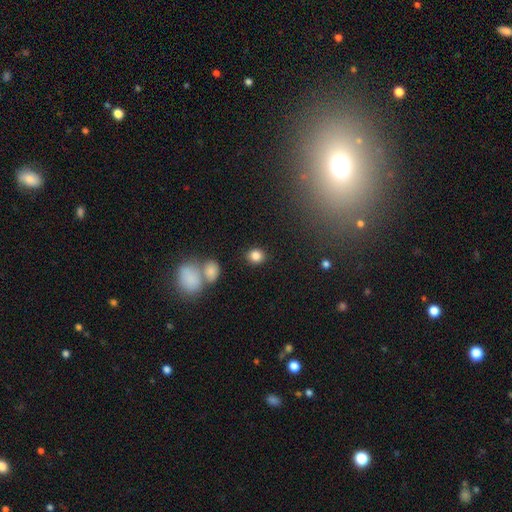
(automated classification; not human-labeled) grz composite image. It shows a smooth galaxy with no disk features (84%) that is round (74%). Merging: none (83%).